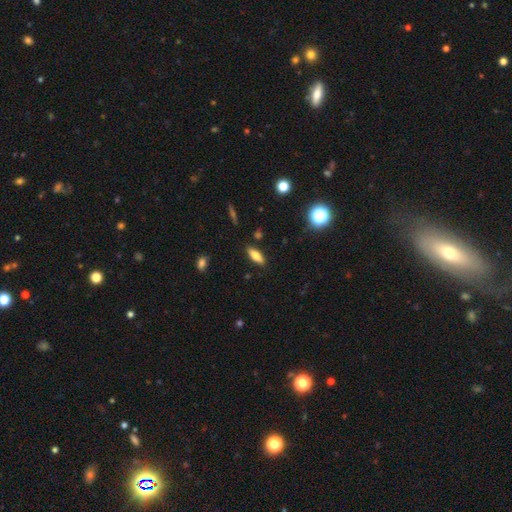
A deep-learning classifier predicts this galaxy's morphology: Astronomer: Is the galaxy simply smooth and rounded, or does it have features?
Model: smooth — 72%.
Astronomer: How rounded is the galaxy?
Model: in between — 65%.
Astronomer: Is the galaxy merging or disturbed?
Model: none — 87%.